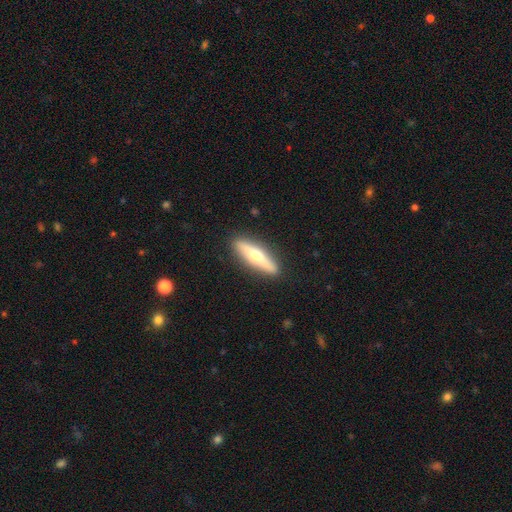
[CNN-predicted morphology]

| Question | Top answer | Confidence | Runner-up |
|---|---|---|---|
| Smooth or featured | featured or disk | 50% | smooth (44%) |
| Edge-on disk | yes | 89% | no (11%) |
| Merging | none | 90% | minor disturbance (7%) |